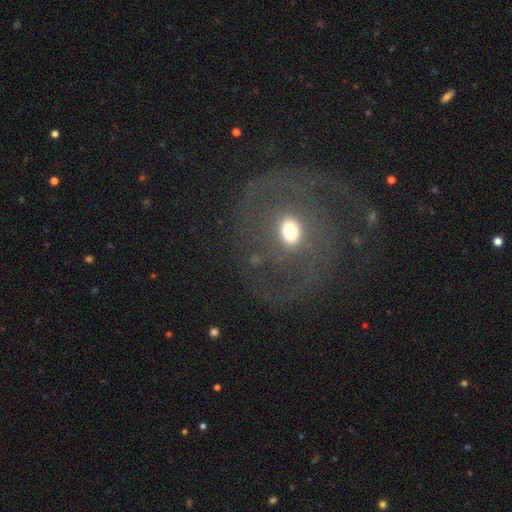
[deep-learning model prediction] Morphology: type=featured or disk (72%); edge-on=no (96%); bar=no (59%); spiral arms=yes (80%); winding=tight (47%); arm count=2 (55%); bulge=moderate (64%); merging=none (74%).